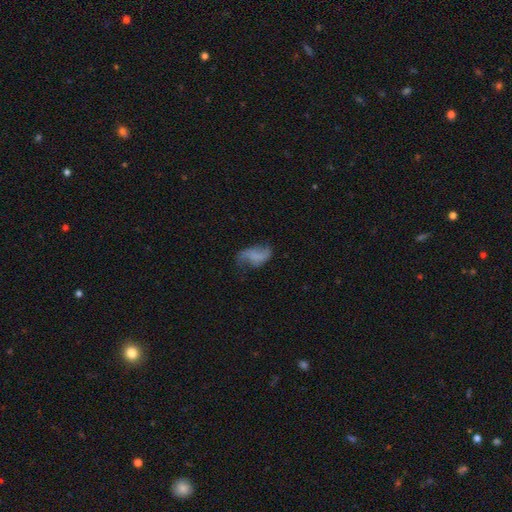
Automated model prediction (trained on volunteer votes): A featured or disk galaxy (51%).

Vote fractions:
- Smooth or featured? featured or disk: 51% / smooth: 38% / star or artifact: 11%
- Edge-on disk? no: 96% / yes: 4%
- Merging? none: 49% / minor disturbance: 26% / major disturbance: 22% / merger: 3%